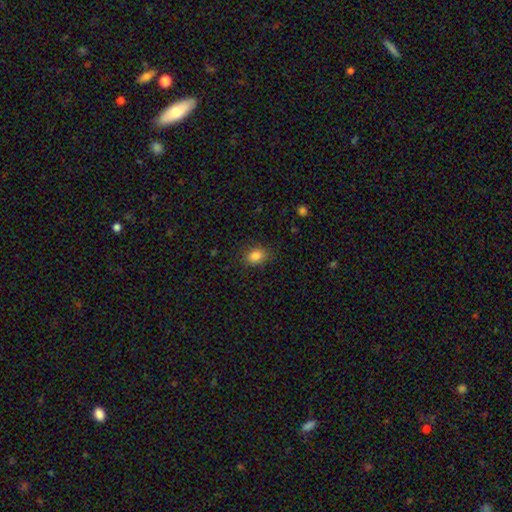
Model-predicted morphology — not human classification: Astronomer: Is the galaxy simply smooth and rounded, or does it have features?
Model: smooth — 85%.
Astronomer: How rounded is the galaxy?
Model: in between — 67%.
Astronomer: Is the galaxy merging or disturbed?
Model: none — 85%.